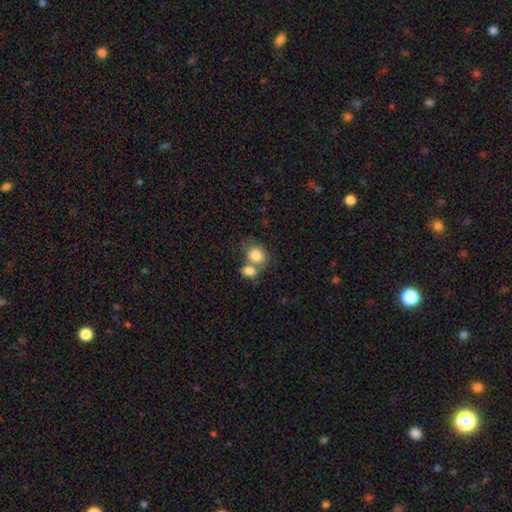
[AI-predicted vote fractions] Smooth or featured: smooth — 82% (featured or disk — 11%)
How rounded: in between — 50% (round — 49%)
Merging: merger — 56% (none — 29%)